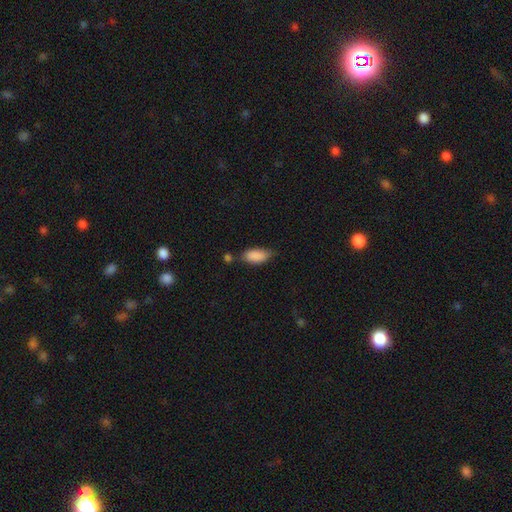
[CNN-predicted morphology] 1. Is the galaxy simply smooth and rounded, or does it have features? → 88% smooth, 7% star or artifact, 5% featured or disk.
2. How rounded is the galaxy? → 89% in between, 8% cigar-shaped, 3% round.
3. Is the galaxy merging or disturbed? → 54% none, 28% minor disturbance, 11% merger, 7% major disturbance.